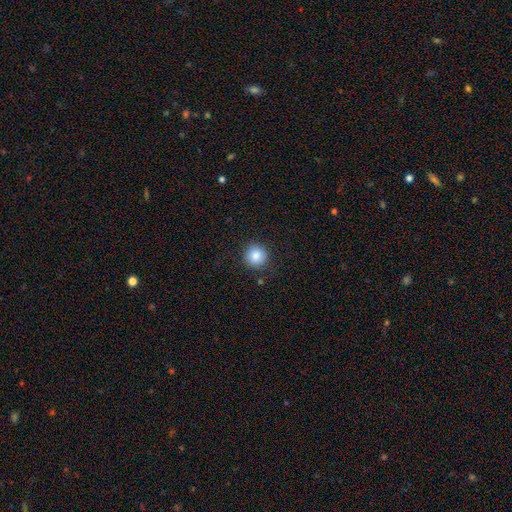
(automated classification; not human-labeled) smooth_or_featured: smooth (p=0.85) [alt: star or artifact p=0.09]
how_rounded: round (p=0.94) [alt: in between p=0.05]
merging: none (p=0.88) [alt: minor disturbance p=0.08]